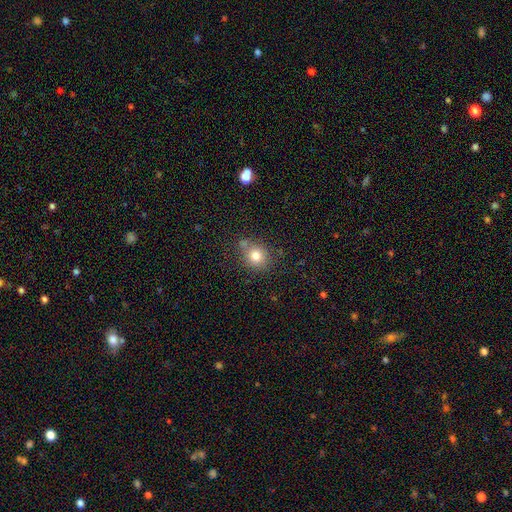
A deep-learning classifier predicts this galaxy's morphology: smooth 79%, star or artifact 12%, featured or disk 9%. Down the decision tree: how rounded — round (82%); merging — none (69%).